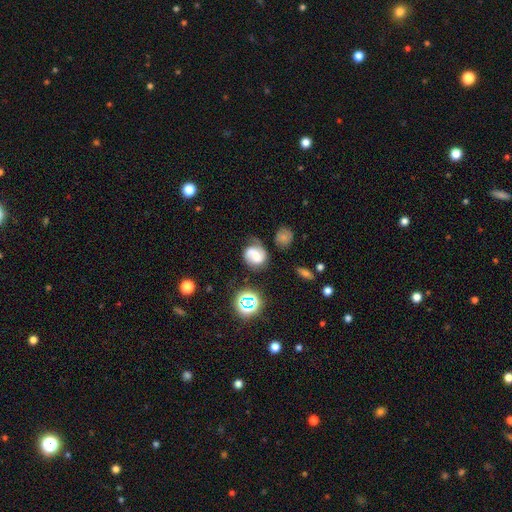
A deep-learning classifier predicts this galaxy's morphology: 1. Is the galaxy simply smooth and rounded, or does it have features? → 56% featured or disk, 32% smooth, 12% star or artifact.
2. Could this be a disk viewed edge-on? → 97% no, 3% yes.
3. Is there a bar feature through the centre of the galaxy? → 46% no, 40% weak, 14% strong.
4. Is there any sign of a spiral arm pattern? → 89% yes, 11% no.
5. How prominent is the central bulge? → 36% moderate, 32% small, 15% none, 14% large, 4% dominant.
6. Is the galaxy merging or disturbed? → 52% none, 27% minor disturbance, 15% major disturbance, 7% merger.